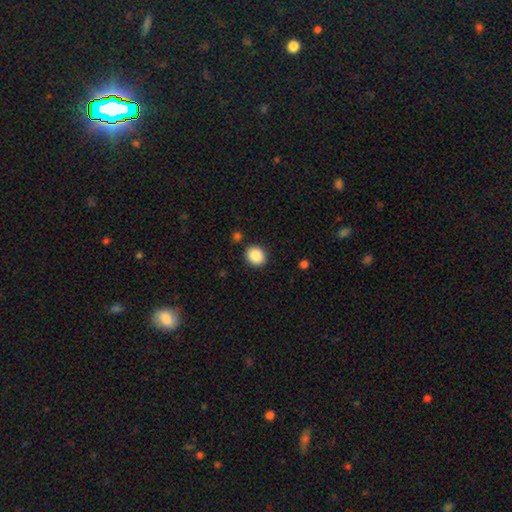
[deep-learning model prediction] Overall: smooth (88%). How rounded: round (72%). Merging: none (89%).